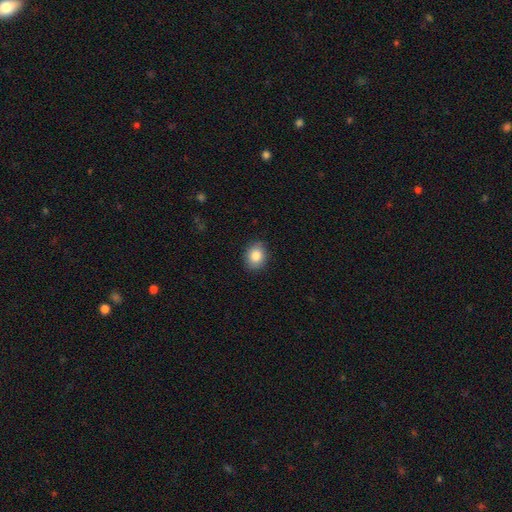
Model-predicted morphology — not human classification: smooth 85%, star or artifact 8%, featured or disk 7%. Down the decision tree: how rounded — in between (53%); merging — none (87%).